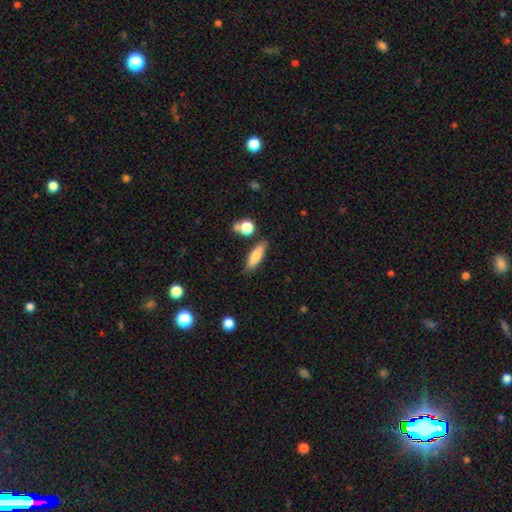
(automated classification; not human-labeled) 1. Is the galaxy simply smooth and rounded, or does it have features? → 78% smooth, 14% featured or disk, 7% star or artifact.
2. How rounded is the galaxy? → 50% cigar-shaped, 47% in between, 3% round.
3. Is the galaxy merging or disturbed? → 78% none, 13% minor disturbance, 6% merger, 3% major disturbance.